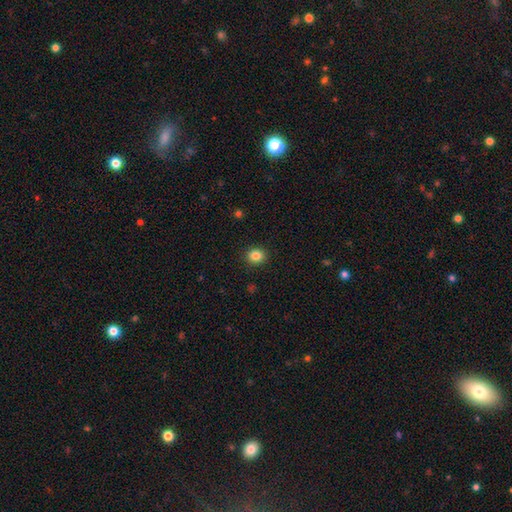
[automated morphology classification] Smooth or featured?
  - smooth: 84% *
  - star or artifact: 11%
  - featured or disk: 5%
How rounded?
  - round: 73% *
  - in between: 26%
  - cigar-shaped: 1%
Merging?
  - none: 91% *
  - minor disturbance: 6%
  - major disturbance: 2%
  - merger: 1%